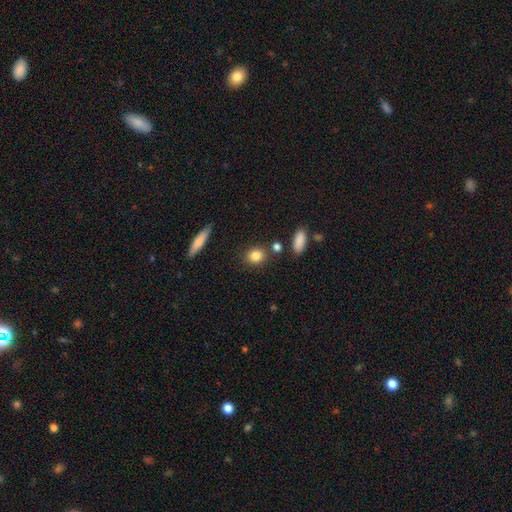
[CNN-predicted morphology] Smooth or featured: smooth — 84% (star or artifact — 9%)
How rounded: round — 71% (in between — 26%)
Merging: none — 81% (minor disturbance — 9%)